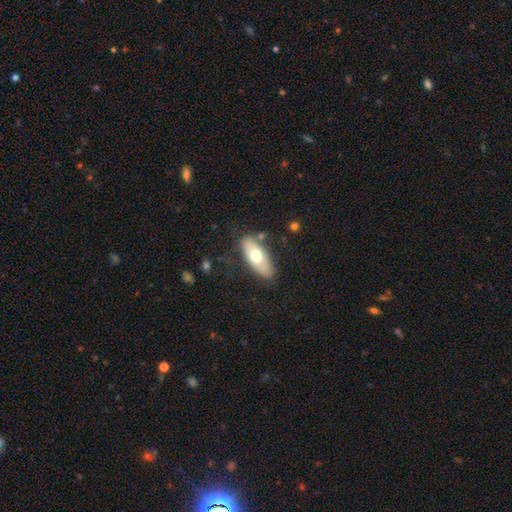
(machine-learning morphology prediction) This is likely a smooth galaxy (62%). How rounded: clearly in between (81%). Merging: likely none (78%).